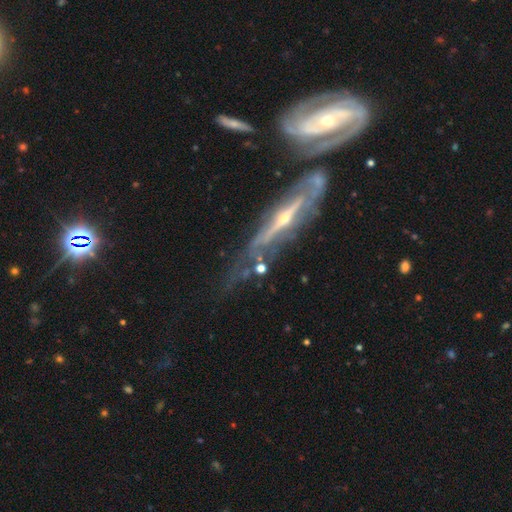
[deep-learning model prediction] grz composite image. It shows a featured or disk galaxy (84%). Merging: none (37%).